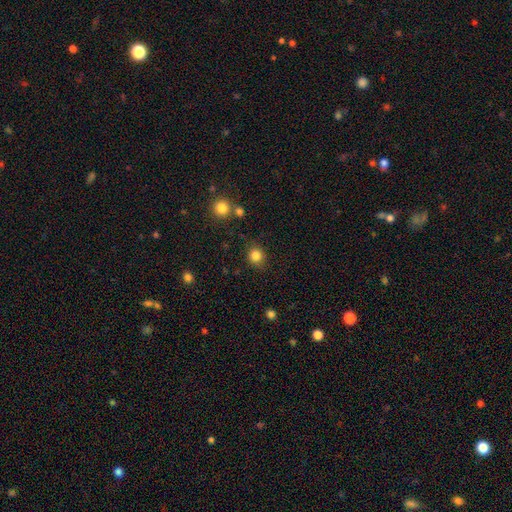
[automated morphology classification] A smooth galaxy with no disk features (84%) that is round (85%).

Vote fractions:
- Smooth or featured? smooth: 84% / star or artifact: 12% / featured or disk: 4%
- How rounded? round: 85% / in between: 14% / cigar-shaped: 1%
- Merging? none: 85% / minor disturbance: 9% / major disturbance: 3% / merger: 3%